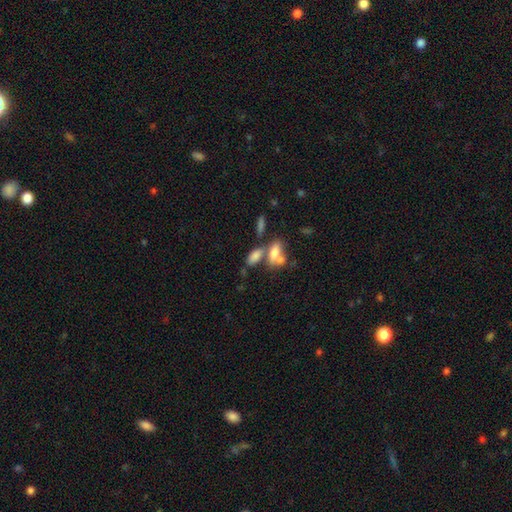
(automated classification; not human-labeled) This appears to be a smooth galaxy with no disk features (74%) that is in between round and cigar-shaped (85%). Merging: merger (44%).